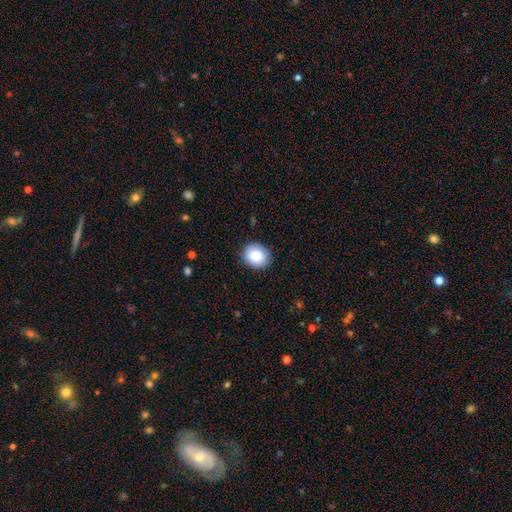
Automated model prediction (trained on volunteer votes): This is clearly a smooth galaxy (83%). How rounded: likely round (70%). Merging: clearly none (88%).